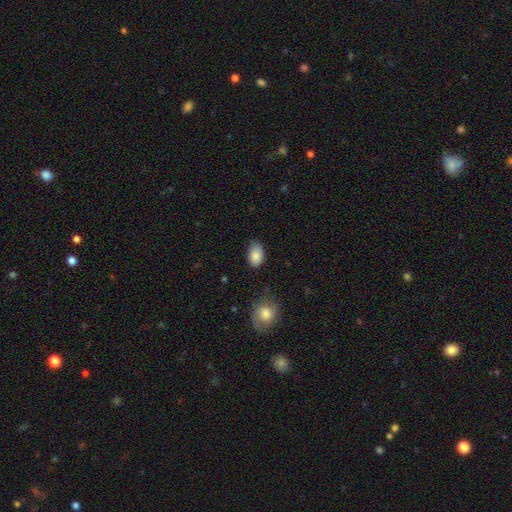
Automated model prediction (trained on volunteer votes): Smooth or featured?
  - smooth: 87% *
  - star or artifact: 7%
  - featured or disk: 6%
How rounded?
  - in between: 88% *
  - round: 11%
  - cigar-shaped: 1%
Merging?
  - none: 75% *
  - minor disturbance: 19%
  - major disturbance: 4%
  - merger: 2%